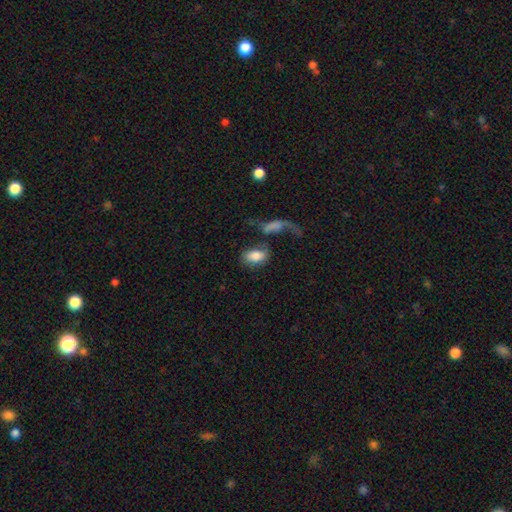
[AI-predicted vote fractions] Smooth or featured? smooth (77%)
How rounded? in between (89%)
Merging? none (36%)